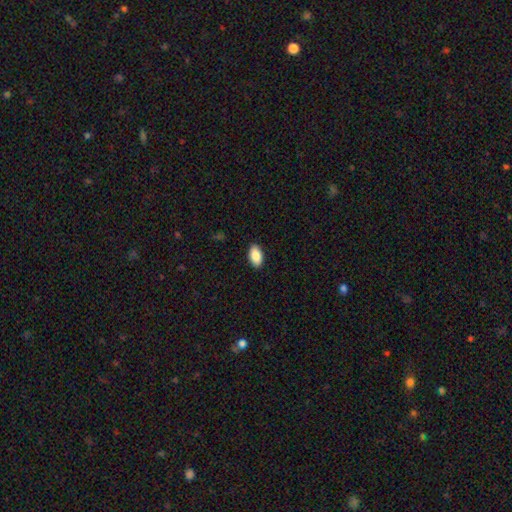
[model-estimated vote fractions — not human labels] The model was most divided on "smooth or featured": smooth: 87%, star or artifact: 7%, featured or disk: 6%. More confident: how rounded — in between (94%); merging — none (89%).